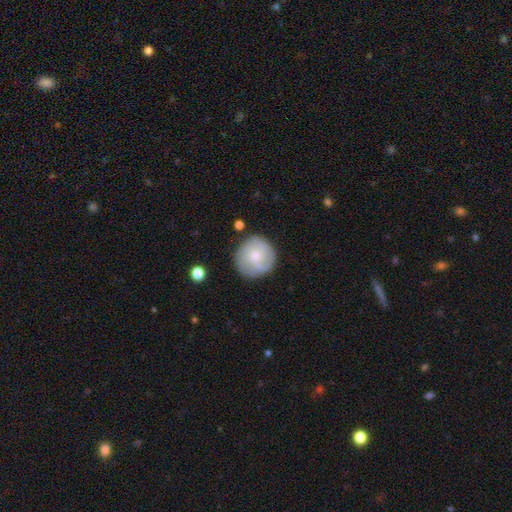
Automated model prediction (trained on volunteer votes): A smooth galaxy with no disk features (48%). Merging: none (77%).